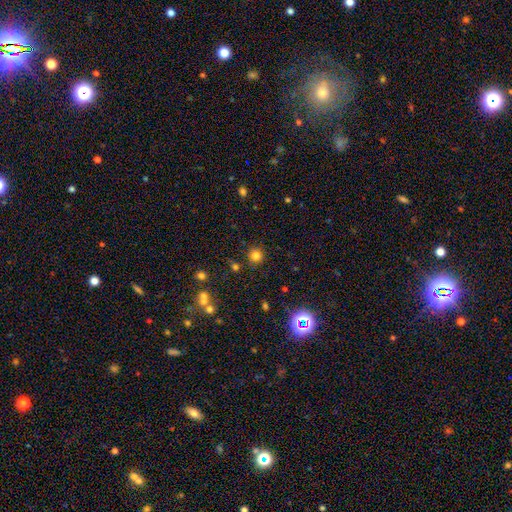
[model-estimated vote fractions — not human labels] Overall: smooth (78%). How rounded: round (93%). Merging: none (86%).